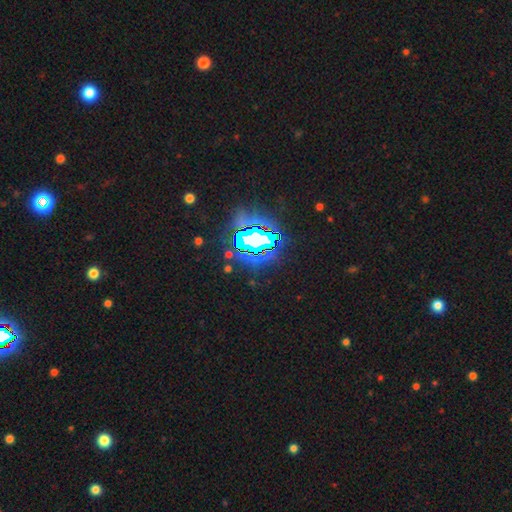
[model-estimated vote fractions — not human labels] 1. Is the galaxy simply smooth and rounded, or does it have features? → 85% star or artifact, 8% smooth, 7% featured or disk.